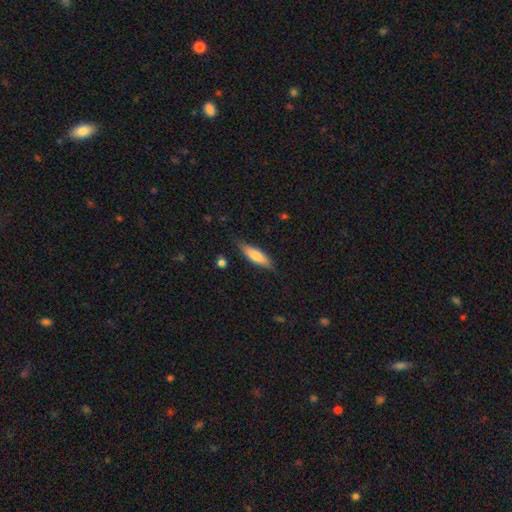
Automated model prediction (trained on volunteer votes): smooth 74%, featured or disk 20%, star or artifact 6%. Down the decision tree: how rounded — cigar-shaped (57%); merging — none (79%).